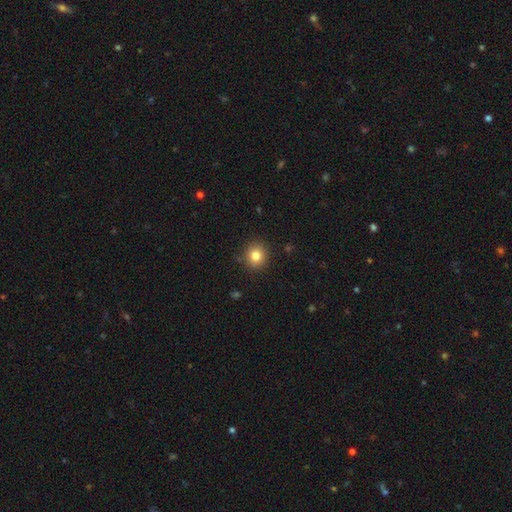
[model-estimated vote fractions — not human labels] The model was most divided on "smooth or featured": smooth: 82%, star or artifact: 11%, featured or disk: 6%. More confident: merging — none (90%); how rounded — round (88%).